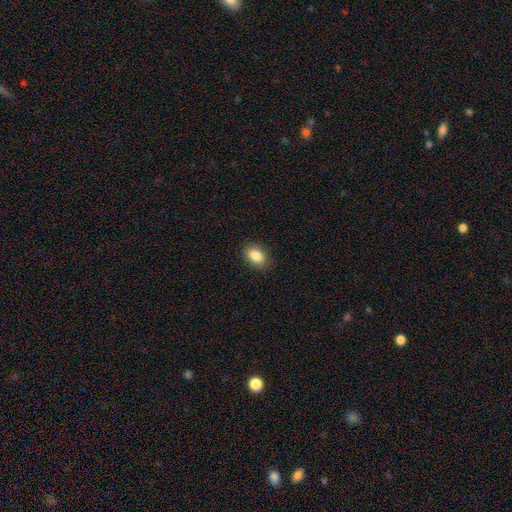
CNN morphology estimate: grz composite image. It shows a smooth galaxy with no disk features (86%) that is in between round and cigar-shaped (87%). Merging: none (88%).